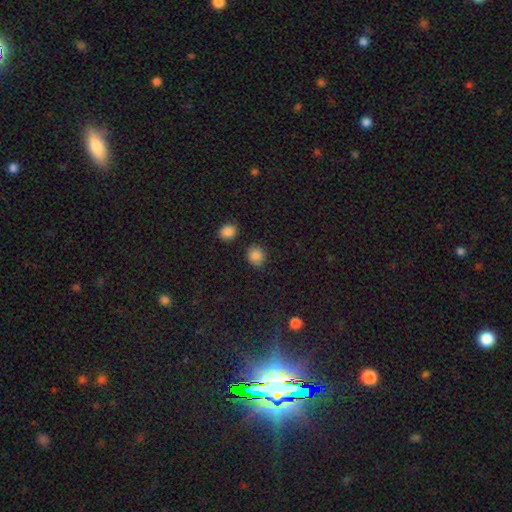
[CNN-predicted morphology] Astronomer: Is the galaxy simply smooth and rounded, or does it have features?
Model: smooth — 86%.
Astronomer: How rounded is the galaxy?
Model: round — 77%.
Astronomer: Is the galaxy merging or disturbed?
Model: none — 85%.